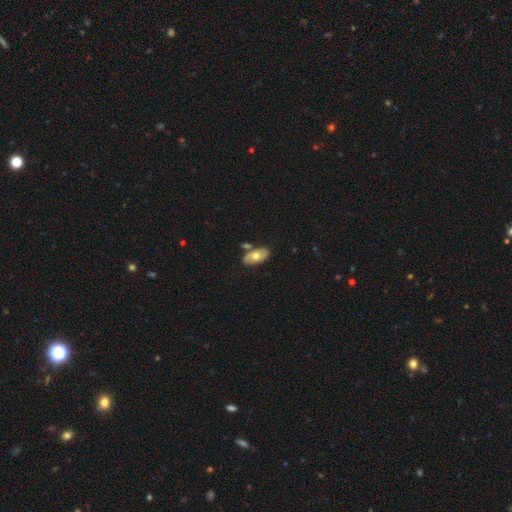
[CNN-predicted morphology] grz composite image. It shows a smooth galaxy with no disk features (60%) that is in between round and cigar-shaped (92%). Merging: none (72%).